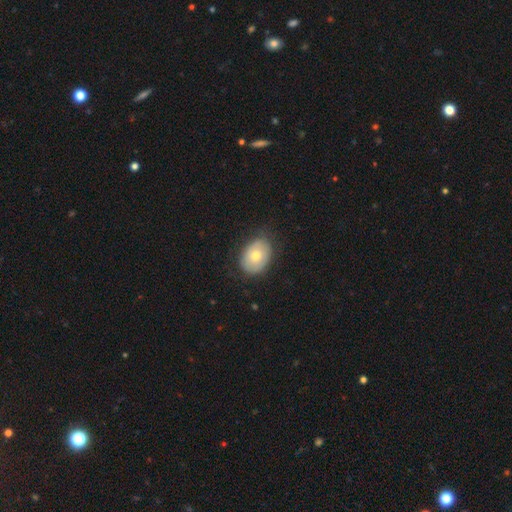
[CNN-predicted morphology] This is likely a smooth galaxy (66%). How rounded: likely in between (71%). Merging: likely none (76%).